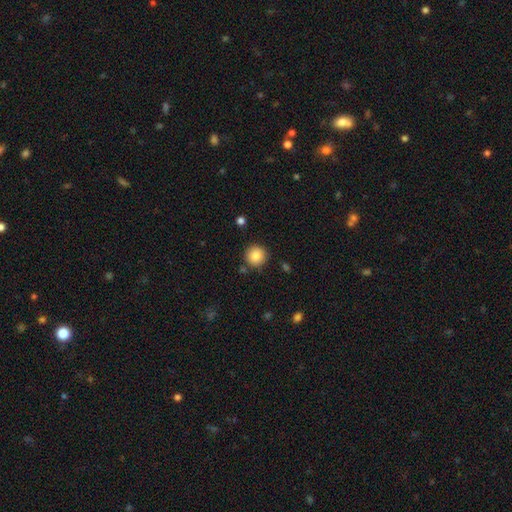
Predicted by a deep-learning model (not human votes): Smooth or featured: smooth — 86% (star or artifact — 9%)
How rounded: round — 94% (in between — 5%)
Merging: none — 87% (minor disturbance — 8%)